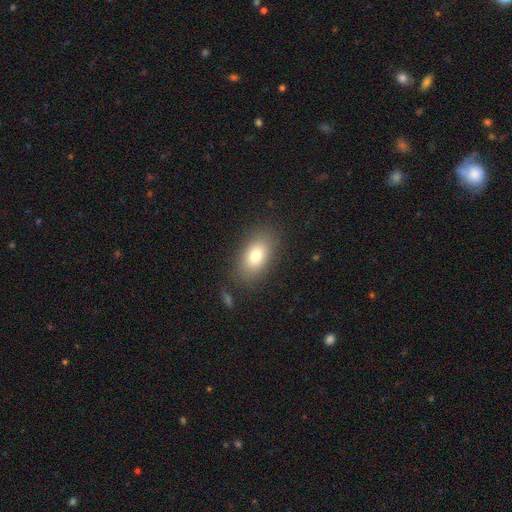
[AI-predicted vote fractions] Q: Smooth or featured?
A: smooth (78%); runner-up: featured or disk (13%)
Q: How rounded?
A: in between (89%); runner-up: round (9%)
Q: Merging?
A: none (84%); runner-up: minor disturbance (11%)